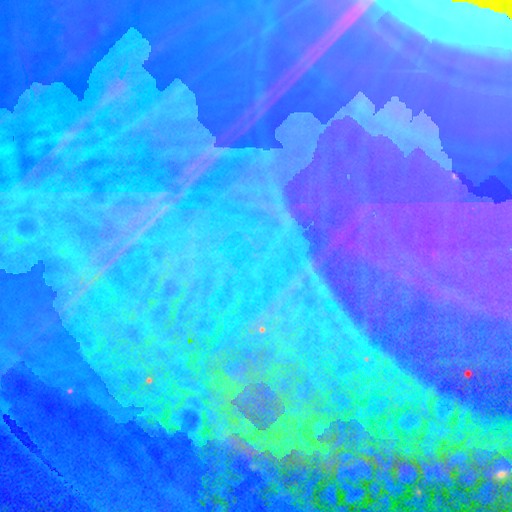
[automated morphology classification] Smooth or featured? star or artifact (84%)